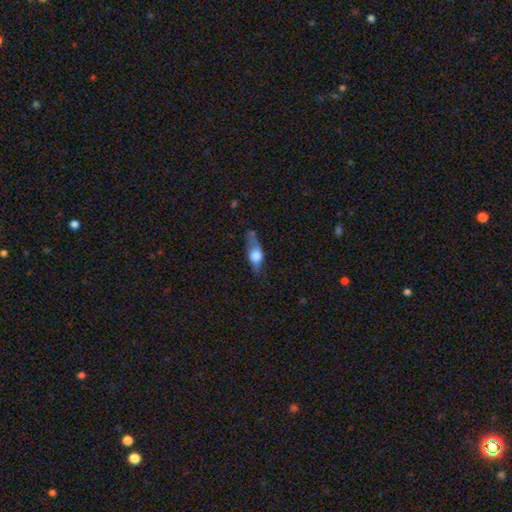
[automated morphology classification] smooth 54%, featured or disk 39%, star or artifact 8%. Down the decision tree: how rounded — in between (62%); merging — none (50%).